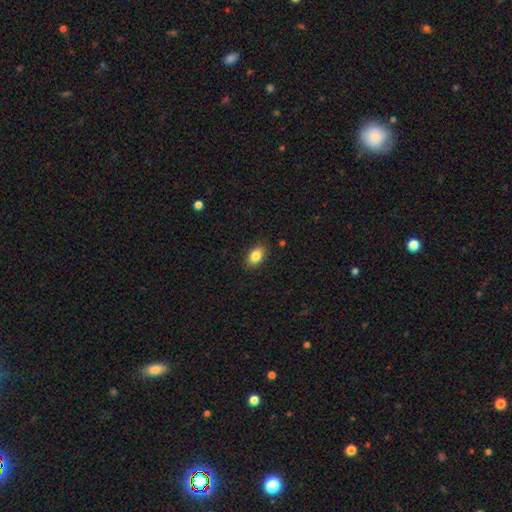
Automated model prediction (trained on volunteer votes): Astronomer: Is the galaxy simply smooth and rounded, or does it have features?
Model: smooth — 85%.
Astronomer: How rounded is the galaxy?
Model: in between — 86%.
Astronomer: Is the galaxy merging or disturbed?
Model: none — 87%.